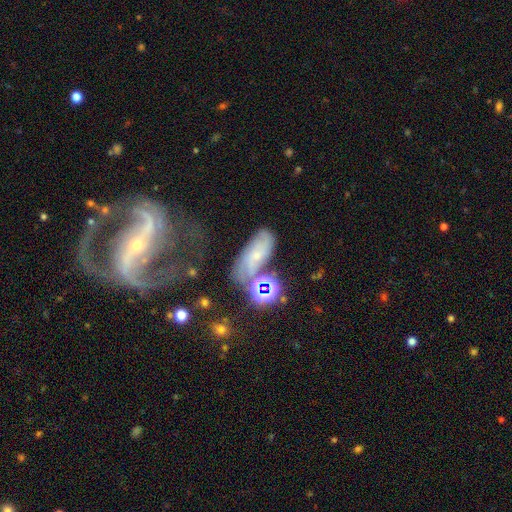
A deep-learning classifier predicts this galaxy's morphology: Smooth or featured? Predicted: featured or disk (p=0.49). Merging? Predicted: none (p=0.47).